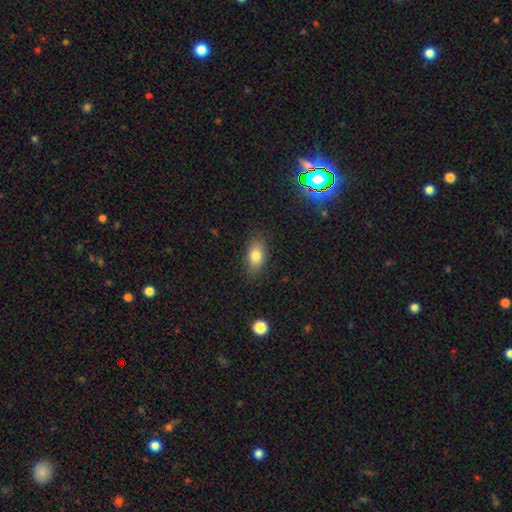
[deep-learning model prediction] This is likely a smooth galaxy (79%). How rounded: clearly in between (87%). Merging: clearly none (84%).